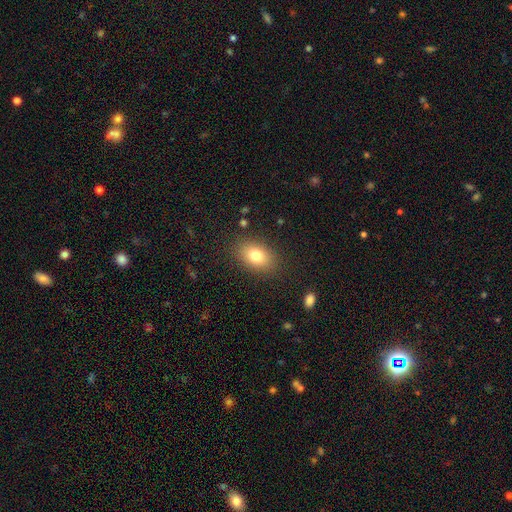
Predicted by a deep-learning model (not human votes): Smooth or featured? smooth (80%)
How rounded? in between (84%)
Merging? none (86%)